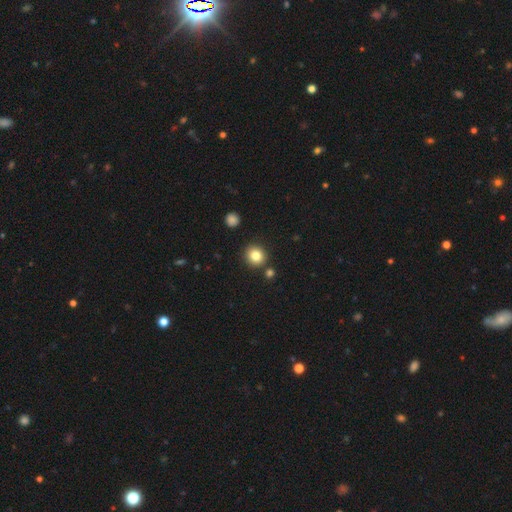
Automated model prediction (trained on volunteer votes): Smooth or featured? smooth (83%)
How rounded? round (87%)
Merging? none (85%)